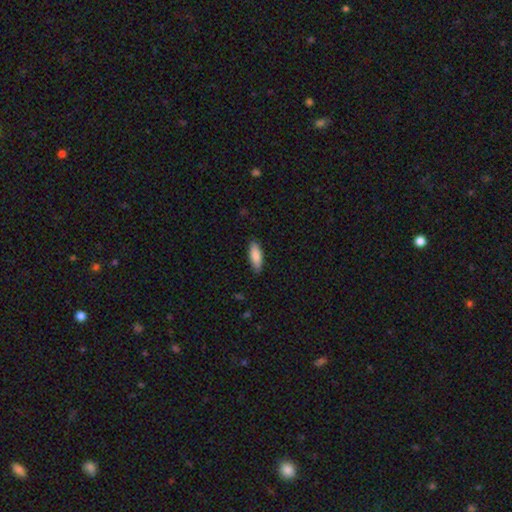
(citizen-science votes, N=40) Smooth or featured? 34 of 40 (85%) said smooth. How rounded? 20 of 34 (59%) said cigar-shaped. Merging? 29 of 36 (81%) said none.